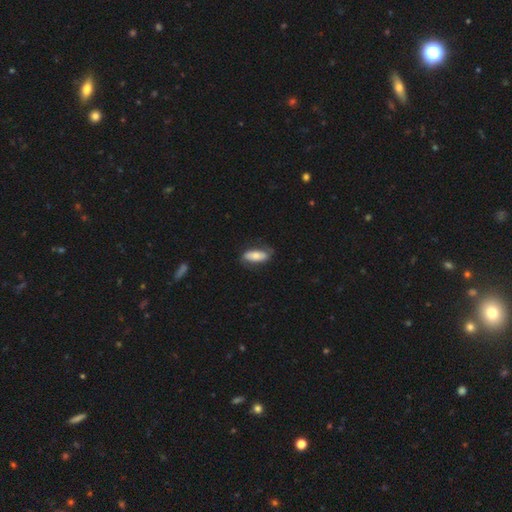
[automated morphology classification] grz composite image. It shows a smooth galaxy with no disk features (66%) that is in between round and cigar-shaped (76%). Merging: none (71%).